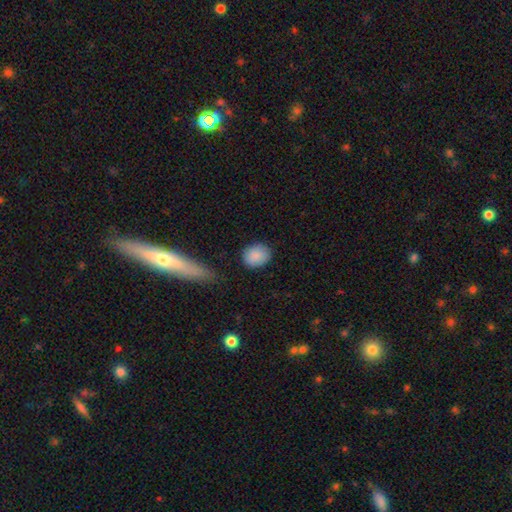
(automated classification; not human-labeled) Overall: smooth (88%). How rounded: round (60%; in between 39%). Merging: none (83%).